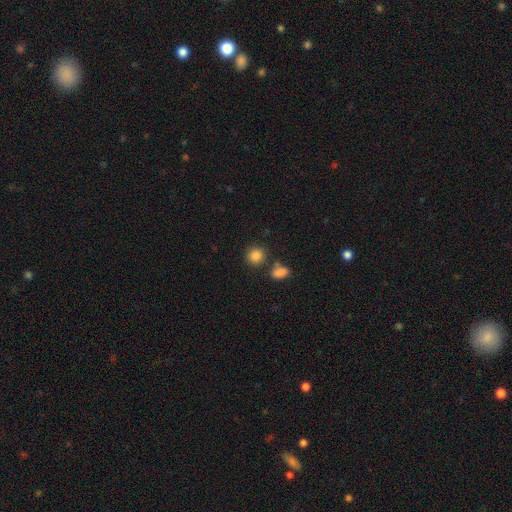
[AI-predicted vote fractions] smooth_or_featured: smooth (p=0.86) [alt: star or artifact p=0.10]
how_rounded: round (p=0.86) [alt: in between p=0.13]
merging: none (p=0.75) [alt: merger p=0.12]